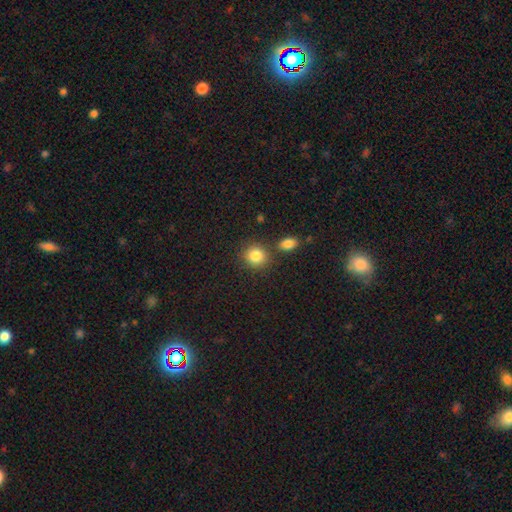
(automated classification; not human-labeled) smooth_or_featured: smooth (p=0.84) [alt: star or artifact p=0.10]
how_rounded: round (p=0.83) [alt: in between p=0.16]
merging: none (p=0.78) [alt: merger p=0.10]